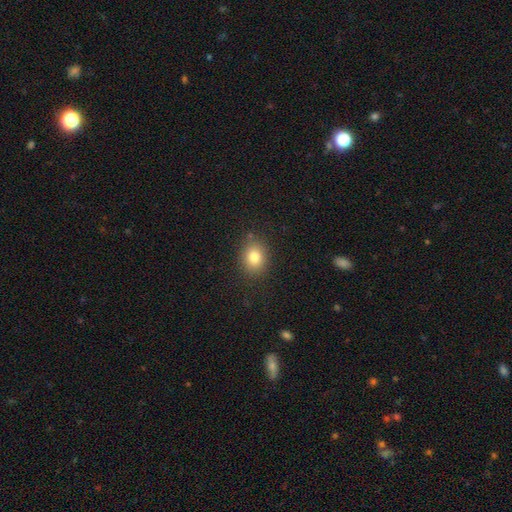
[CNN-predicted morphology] Smooth or featured? Predicted: smooth (p=0.81). How rounded? Predicted: round (p=0.61). Merging? Predicted: none (p=0.86).